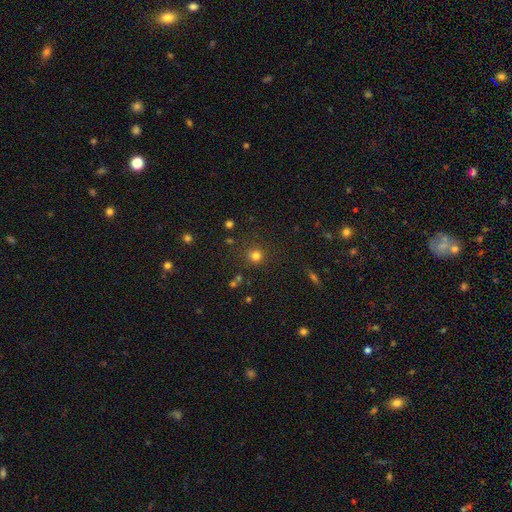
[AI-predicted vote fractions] This appears to be a smooth galaxy with no disk features (76%) that is round (90%). Merging: none (83%).